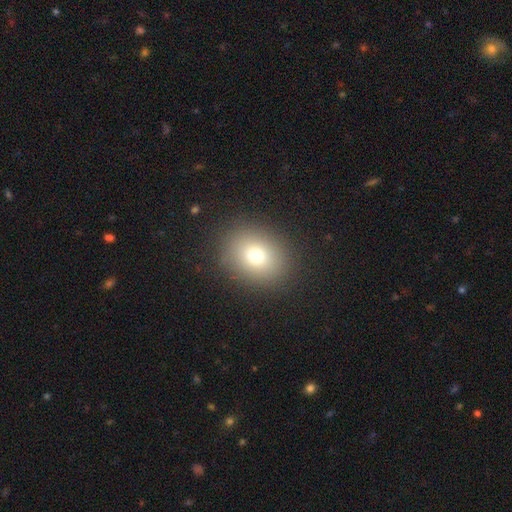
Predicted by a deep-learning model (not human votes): A smooth galaxy with no disk features (74%) that is round (63%).

Vote fractions:
- Smooth or featured? smooth: 74% / star or artifact: 15% / featured or disk: 11%
- How rounded? round: 63% / in between: 36% / cigar-shaped: 1%
- Merging? none: 88% / minor disturbance: 7% / major disturbance: 4% / merger: 1%